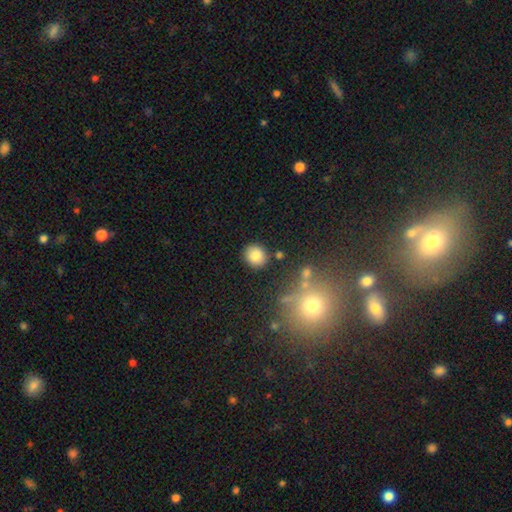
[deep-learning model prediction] The model was most divided on "how rounded": round: 85%, in between: 14%, cigar-shaped: 1%. More confident: merging — none (86%); smooth or featured — smooth (82%).